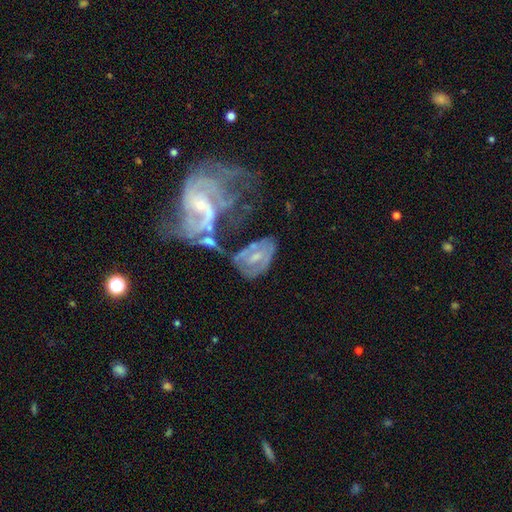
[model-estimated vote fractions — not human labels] Overall: featured or disk (74%). Edge-on disk: no (96%). Bar: weak (44%; no 38%). Spiral arms: yes (77%). Spiral arm count: 2 (45%; can't tell 34%). Spiral winding: tight (44%; medium 39%). Bulge size: small (56%; moderate 30%). Merging: merger (32%; none 29%).